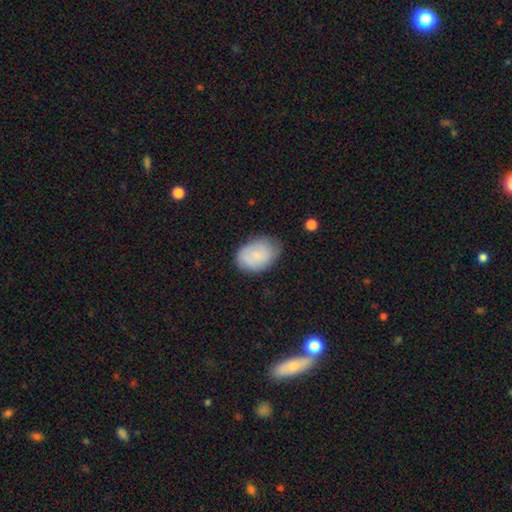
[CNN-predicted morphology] This is likely a smooth galaxy (78%). How rounded: clearly in between (85%). Merging: likely none (64%).